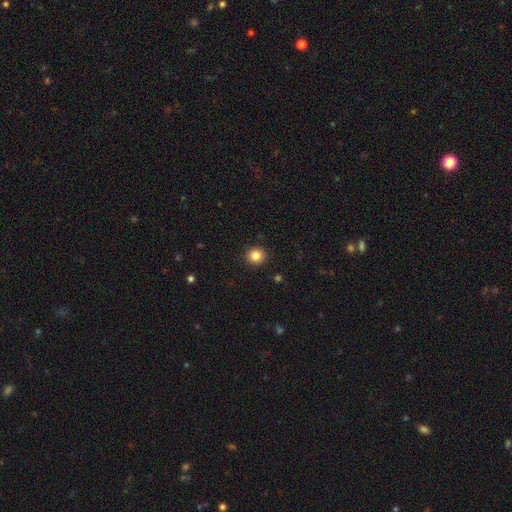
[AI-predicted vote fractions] Smooth or featured? Predicted: smooth (p=0.85). How rounded? Predicted: round (p=0.89). Merging? Predicted: none (p=0.91).